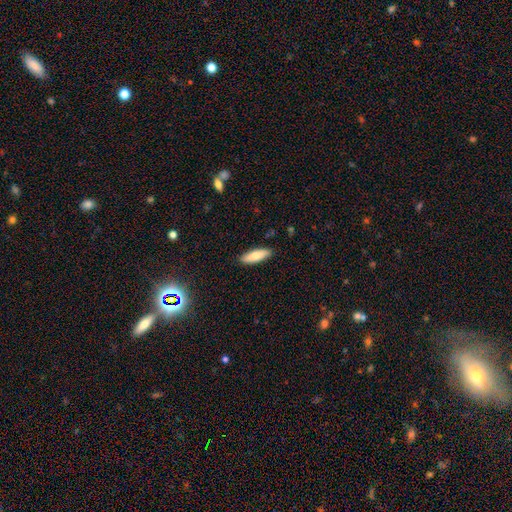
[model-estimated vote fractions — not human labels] A smooth galaxy with no disk features (78%) that is in between round and cigar-shaped (53%).

Vote fractions:
- Smooth or featured? smooth: 78% / featured or disk: 16% / star or artifact: 6%
- How rounded? in between: 53% / cigar-shaped: 45% / round: 2%
- Merging? none: 89% / minor disturbance: 8% / major disturbance: 2% / merger: 1%